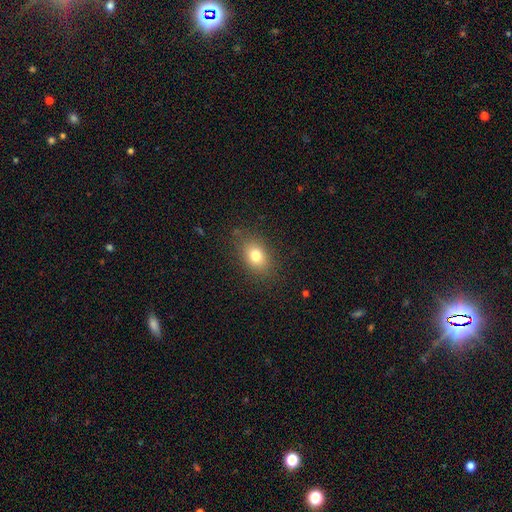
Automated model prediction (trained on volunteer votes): Q: Smooth or featured?
A: smooth (77%); runner-up: featured or disk (11%)
Q: How rounded?
A: in between (74%); runner-up: round (24%)
Q: Merging?
A: none (83%); runner-up: minor disturbance (12%)